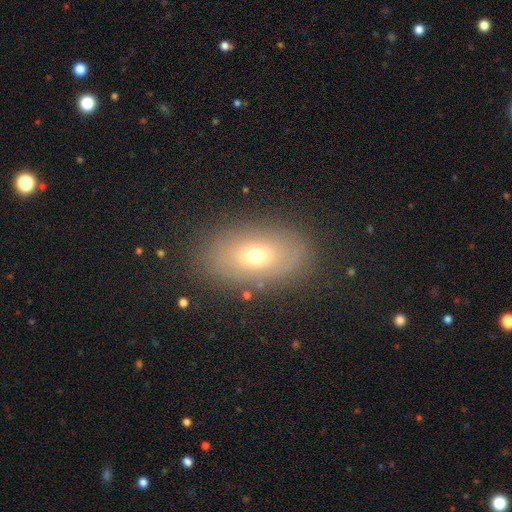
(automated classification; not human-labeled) This appears to be a smooth galaxy with no disk features (62%) that is in between round and cigar-shaped (85%). Merging: none (81%).